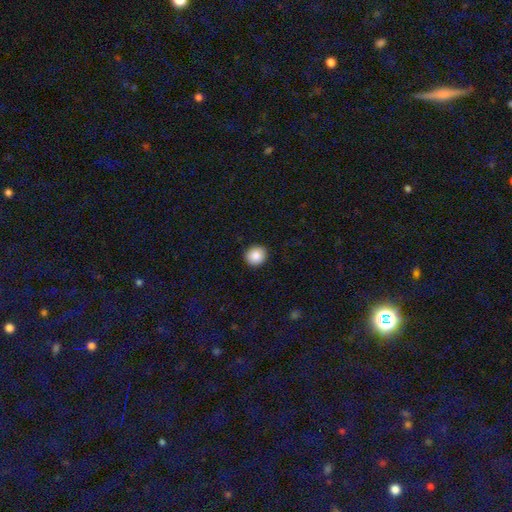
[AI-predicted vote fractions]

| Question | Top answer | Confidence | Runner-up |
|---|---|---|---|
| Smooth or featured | smooth | 88% | star or artifact (8%) |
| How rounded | round | 84% | in between (15%) |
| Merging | none | 91% | minor disturbance (6%) |